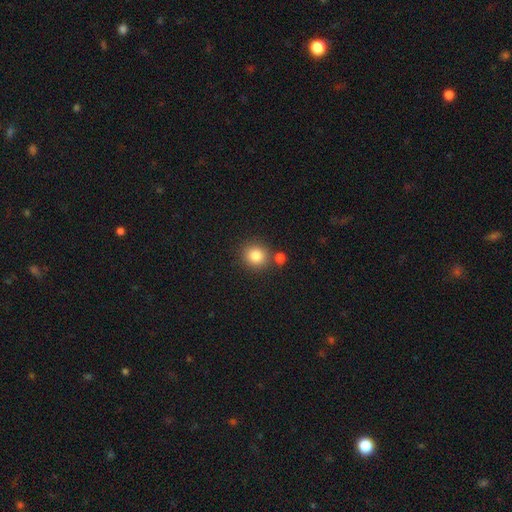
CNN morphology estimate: A smooth galaxy with no disk features (83%) that is round (84%).

Vote fractions:
- Smooth or featured? smooth: 83% / star or artifact: 11% / featured or disk: 6%
- How rounded? round: 84% / in between: 15% / cigar-shaped: 1%
- Merging? none: 77% / merger: 12% / minor disturbance: 9% / major disturbance: 3%